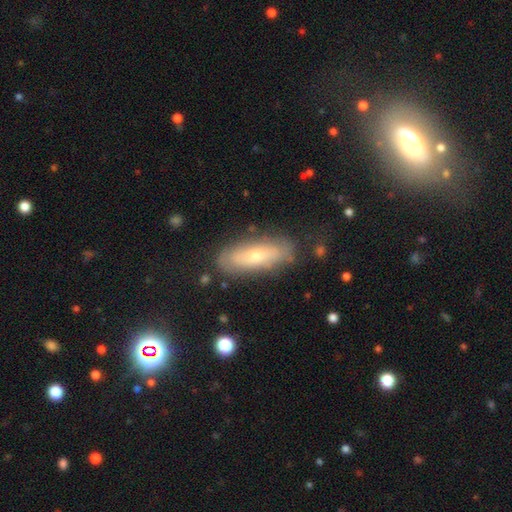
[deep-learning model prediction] Smooth or featured?
  - featured or disk: 46% * (tied)
  - smooth: 46% * (tied)
  - star or artifact: 7%
Merging?
  - none: 78% *
  - minor disturbance: 16%
  - major disturbance: 5%
  - merger: 2%